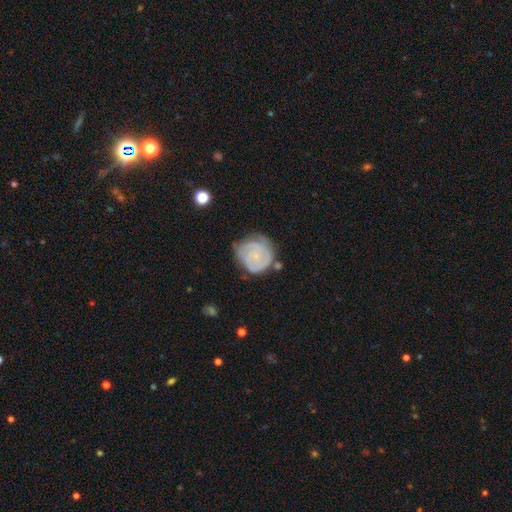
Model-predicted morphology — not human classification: Smooth or featured: featured or disk — 65% (smooth — 29%)
Edge-on disk: no — 98% (yes — 2%)
Bar: no — 75% (weak — 22%)
Spiral arms: yes — 84% (no — 16%)
Spiral winding: tight — 67% (medium — 25%)
Spiral arm count: can't tell — 37% (2 — 32%)
Bulge size: small — 72% (moderate — 13%)
Merging: none — 51% (minor disturbance — 31%)